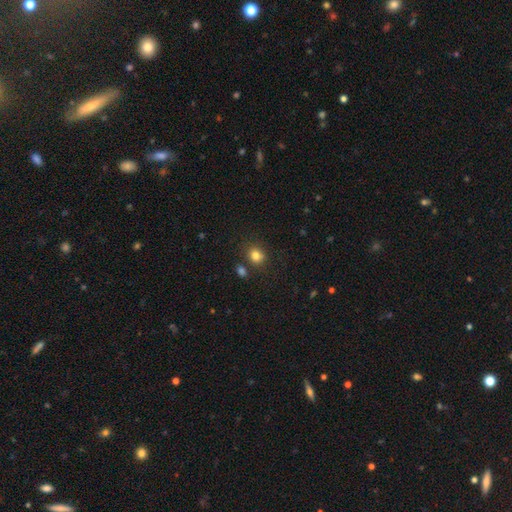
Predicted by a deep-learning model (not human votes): Morphology: type=smooth (81%); roundness=round (70%); merging=none (76%).